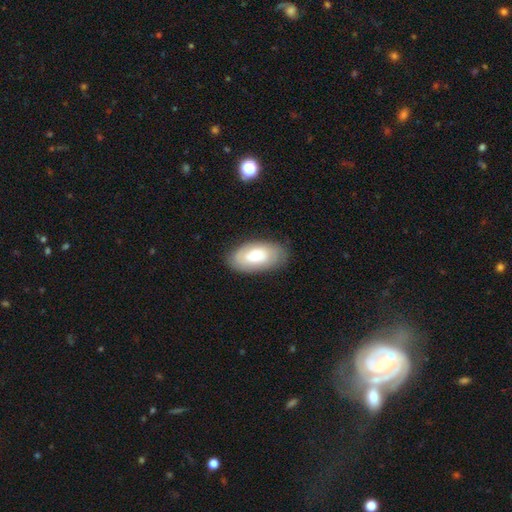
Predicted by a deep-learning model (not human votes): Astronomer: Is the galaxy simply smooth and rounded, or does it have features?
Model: smooth — 60%.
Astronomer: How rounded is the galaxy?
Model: in between — 94%.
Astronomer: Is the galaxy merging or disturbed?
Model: none — 80%.